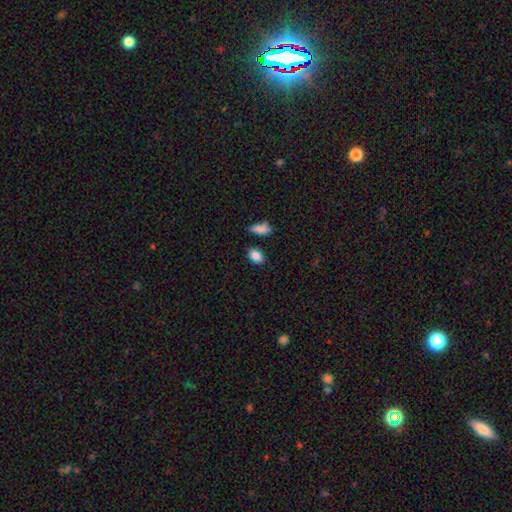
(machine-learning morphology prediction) smooth 87%, star or artifact 8%, featured or disk 5%. Down the decision tree: how rounded — in between (83%); merging — none (82%).